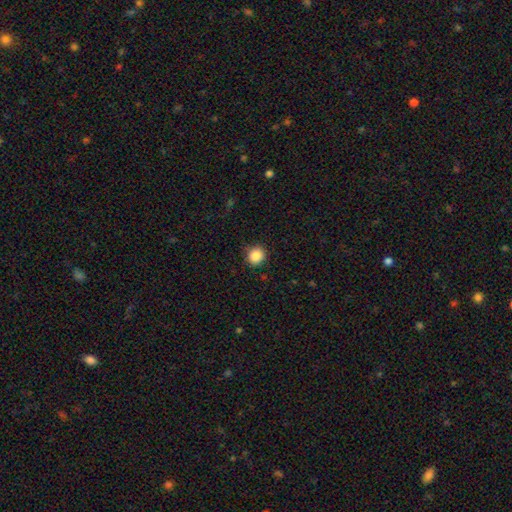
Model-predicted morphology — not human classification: smooth 87%, star or artifact 10%, featured or disk 3%. Down the decision tree: how rounded — round (87%); merging — none (89%).